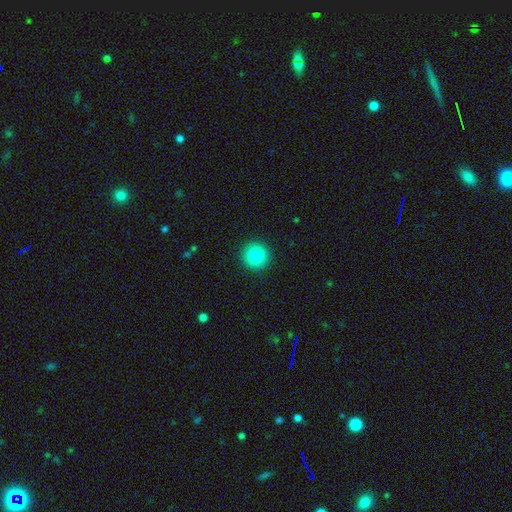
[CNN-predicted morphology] smooth 85%, star or artifact 9%, featured or disk 6%. Down the decision tree: how rounded — round (94%); merging — none (92%).